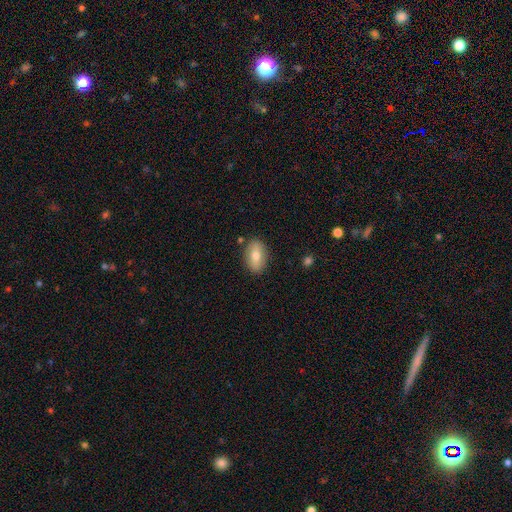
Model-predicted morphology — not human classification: smooth_or_featured: smooth (p=0.74) [alt: featured or disk p=0.19]
how_rounded: in between (p=0.88) [alt: round p=0.08]
merging: none (p=0.85) [alt: minor disturbance p=0.10]